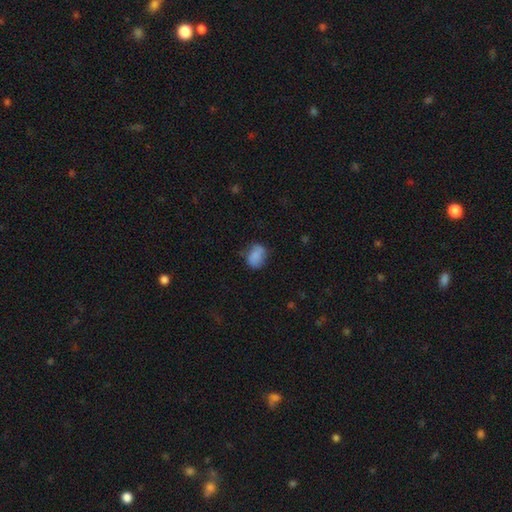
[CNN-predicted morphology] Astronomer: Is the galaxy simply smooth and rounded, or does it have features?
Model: smooth — 82%.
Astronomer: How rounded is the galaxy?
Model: in between — 71%.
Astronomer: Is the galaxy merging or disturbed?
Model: none — 64%.